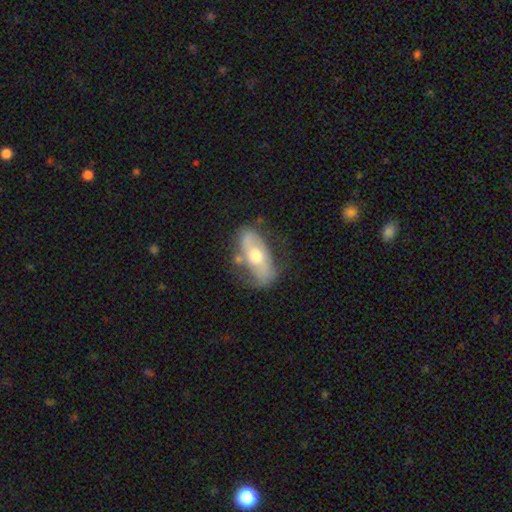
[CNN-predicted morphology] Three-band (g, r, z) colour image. It shows a featured or disk galaxy (59%). Merging: none (64%).